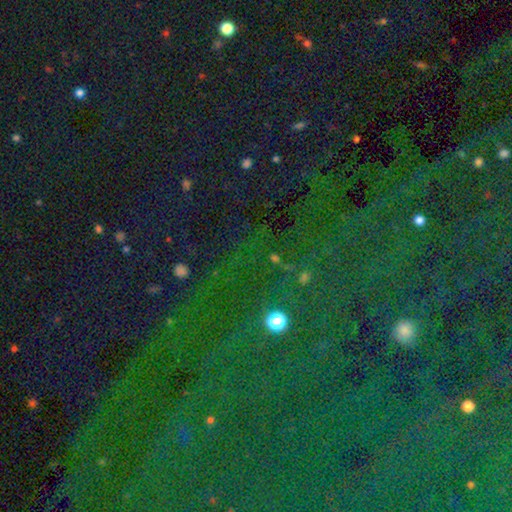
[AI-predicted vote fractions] Smooth or featured? star or artifact (84%)